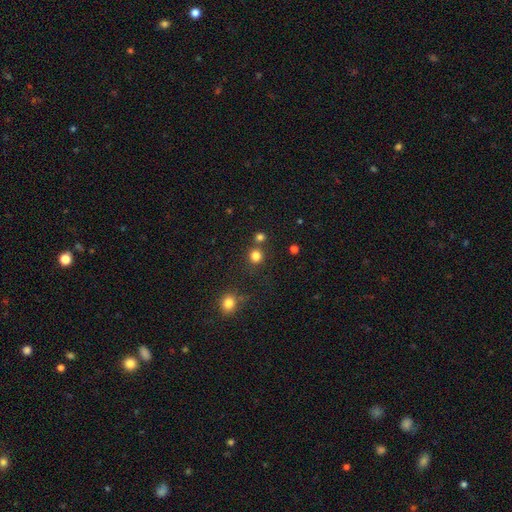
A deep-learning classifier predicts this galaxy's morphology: A smooth galaxy with no disk features (80%) that is round (90%).

Vote fractions:
- Smooth or featured? smooth: 80% / star or artifact: 15% / featured or disk: 5%
- How rounded? round: 90% / in between: 9% / cigar-shaped: 1%
- Merging? none: 76% / merger: 14% / minor disturbance: 7% / major disturbance: 3%